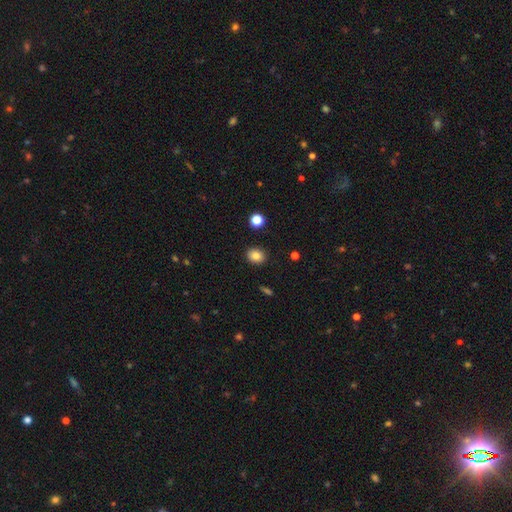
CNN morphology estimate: type=smooth (84%); roundness=round (60%); merging=none (90%).